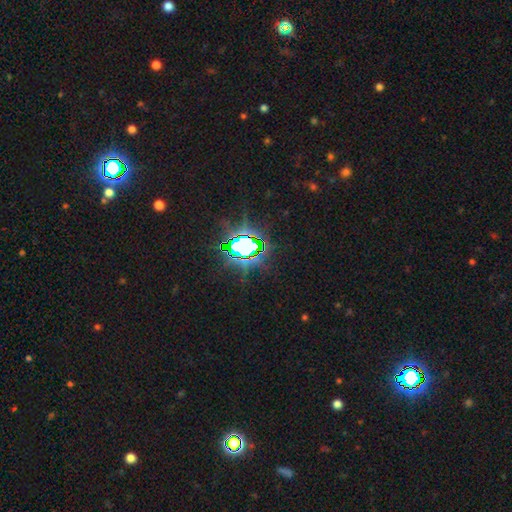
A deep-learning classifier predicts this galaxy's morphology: This is clearly a star or artifact rather than a galaxy (82%).